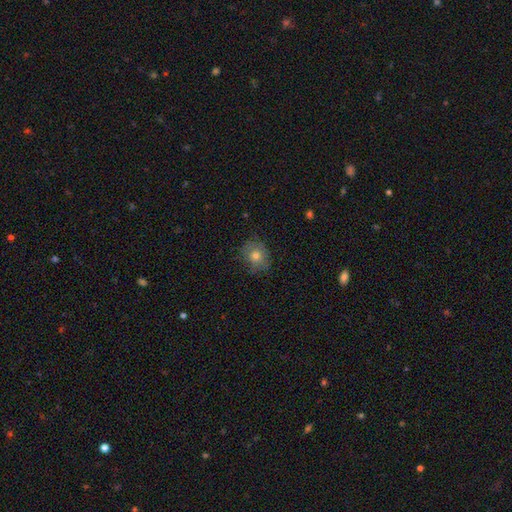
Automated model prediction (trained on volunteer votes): smooth-or-featured: smooth: 68% | featured or disk: 19% | star or artifact: 13%
  how-rounded: round: 71% | in between: 28% | cigar-shaped: 1%
  merging: none: 75% | minor disturbance: 18% | major disturbance: 6% | merger: 1%